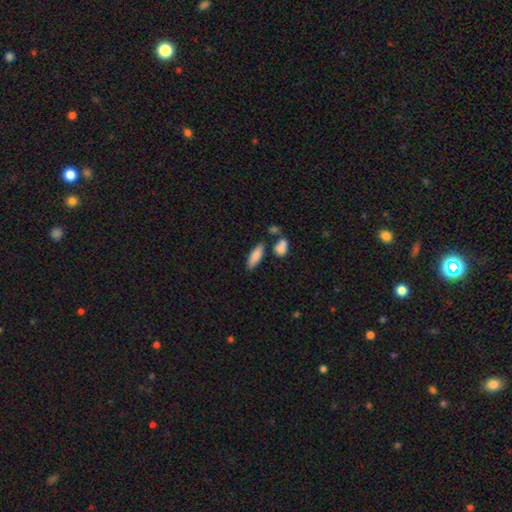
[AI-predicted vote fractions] This appears to be a smooth galaxy with no disk features (83%) that is in between round and cigar-shaped (55%). Merging: none (73%).